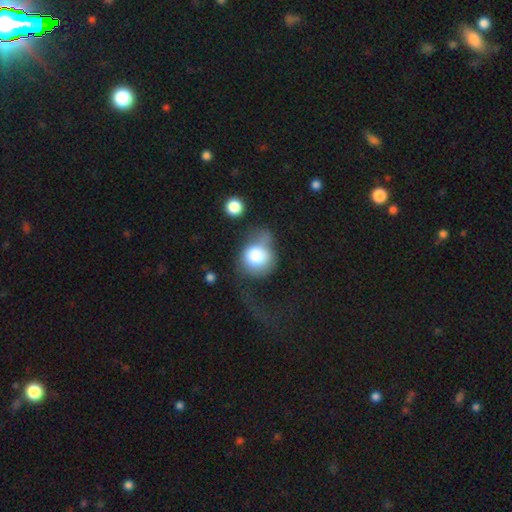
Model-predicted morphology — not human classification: Smooth or featured?
  - smooth: 76% *
  - featured or disk: 16%
  - star or artifact: 9%
How rounded?
  - round: 75% *
  - in between: 24%
  - cigar-shaped: 1%
Merging?
  - major disturbance: 40% *
  - none: 25%
  - minor disturbance: 23%
  - merger: 12%